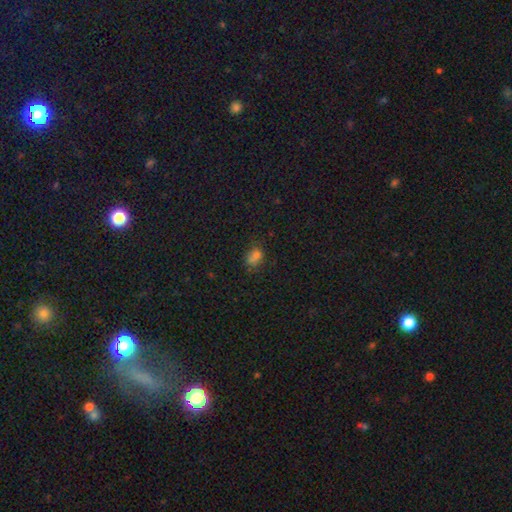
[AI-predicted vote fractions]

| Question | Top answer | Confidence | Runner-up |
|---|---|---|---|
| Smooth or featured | smooth | 70% | star or artifact (19%) |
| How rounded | in between | 63% | round (35%) |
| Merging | none | 50% | minor disturbance (23%) |